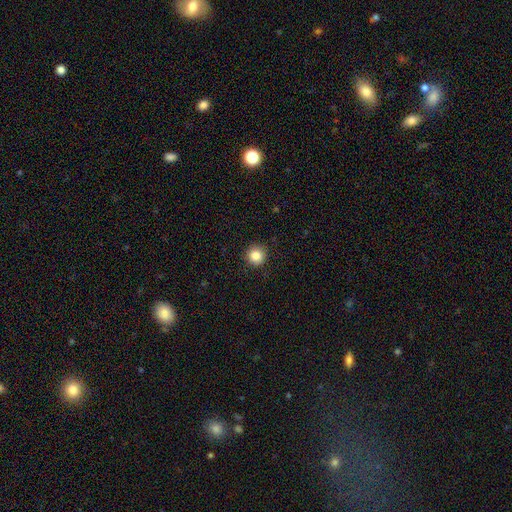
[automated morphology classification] This appears to be a smooth galaxy with no disk features (85%) that is round (94%). Merging: none (91%).